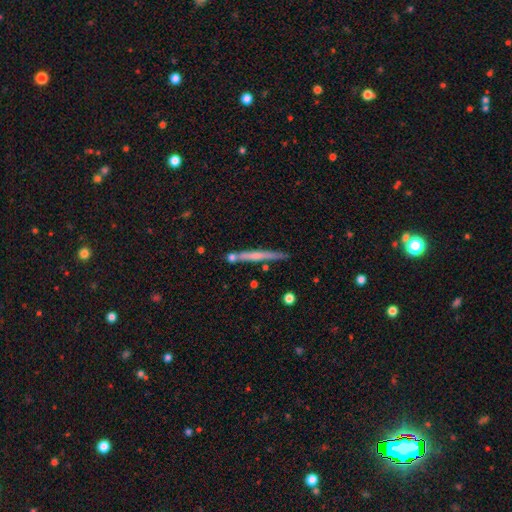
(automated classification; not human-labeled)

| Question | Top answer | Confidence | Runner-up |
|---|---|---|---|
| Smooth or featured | featured or disk | 49% | smooth (44%) |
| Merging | none | 79% | minor disturbance (12%) |